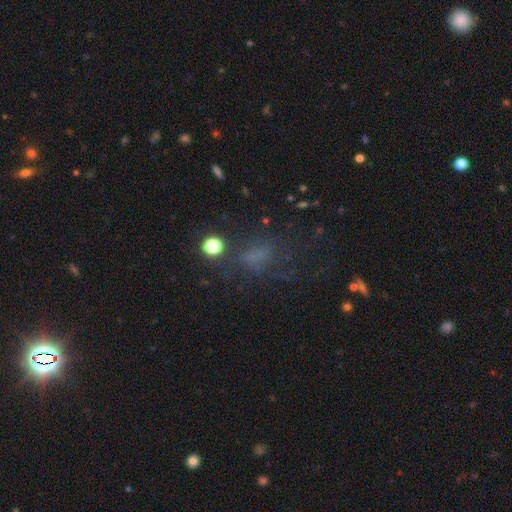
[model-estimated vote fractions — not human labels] Morphology: type=smooth (43%); merging=none (50%).